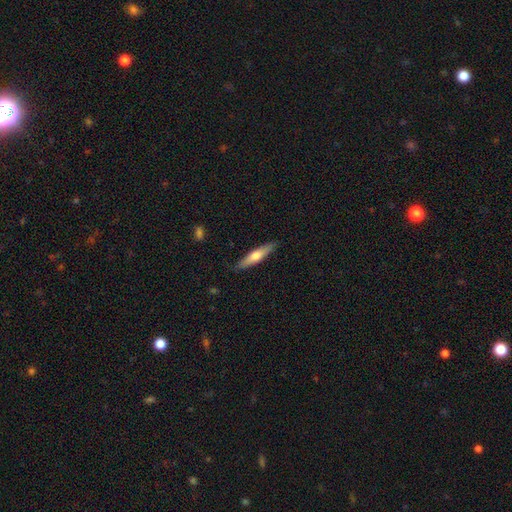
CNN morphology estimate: Smooth or featured? smooth (50%)
Merging? none (87%)